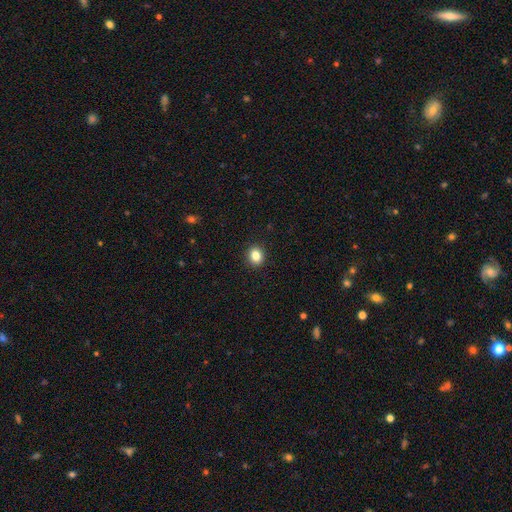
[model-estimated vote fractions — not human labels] Smooth or featured? Predicted: smooth (p=0.84). How rounded? Predicted: round (p=0.68). Merging? Predicted: none (p=0.92).